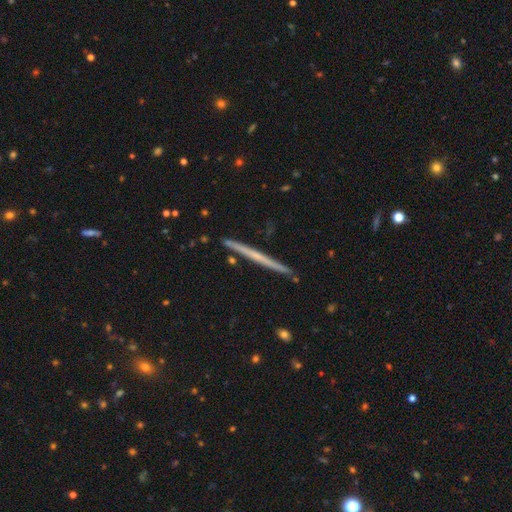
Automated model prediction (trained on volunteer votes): featured or disk 64%, smooth 30%, star or artifact 6%. Down the decision tree: edge-on disk — yes (98%); edge-on bulge — none (80%); merging — none (91%).